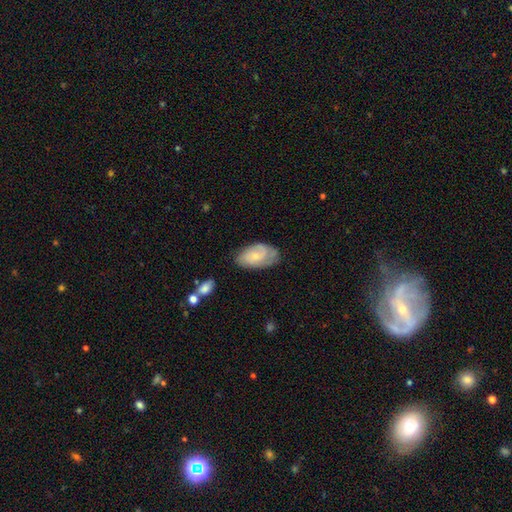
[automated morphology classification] smooth-or-featured: featured or disk: 54% | smooth: 39% | star or artifact: 6%
  disk-edge-on: no: 95% | yes: 5%
    bar: no: 72% | weak: 25% | strong: 3%
    has-spiral-arms: yes: 83% | no: 17%
    bulge-size: small: 64% | moderate: 29% | none: 5% | large: 2% | dominant: 1%
  merging: none: 61% | minor disturbance: 28% | major disturbance: 9% | merger: 2%